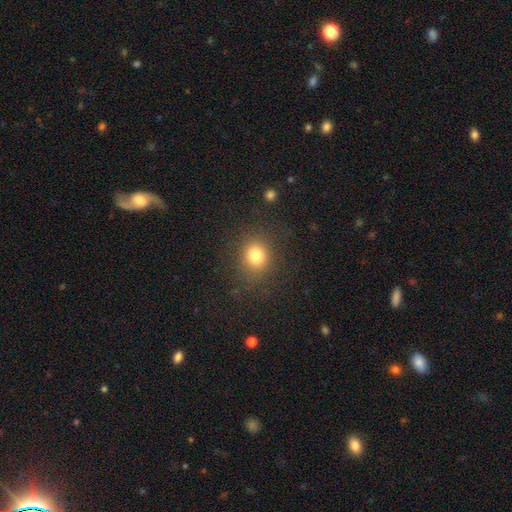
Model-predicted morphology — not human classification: A smooth galaxy with no disk features (79%) that is round (70%).

Vote fractions:
- Smooth or featured? smooth: 79% / star or artifact: 14% / featured or disk: 7%
- How rounded? round: 70% / in between: 29% / cigar-shaped: 1%
- Merging? none: 83% / minor disturbance: 10% / major disturbance: 5% / merger: 1%